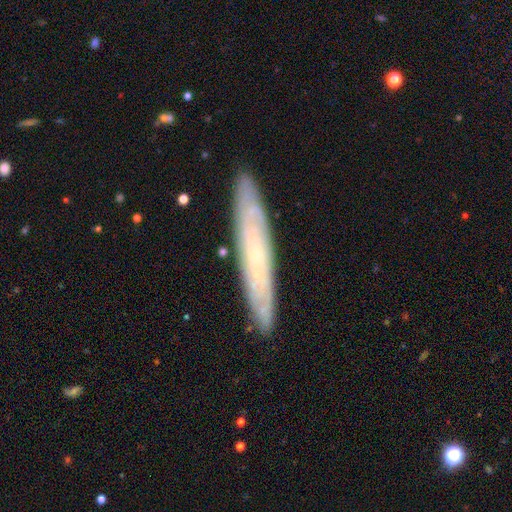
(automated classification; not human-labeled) Smooth or featured? Predicted: featured or disk (p=0.66). Edge-on disk? Predicted: yes (p=0.62). Merging? Predicted: none (p=0.89).